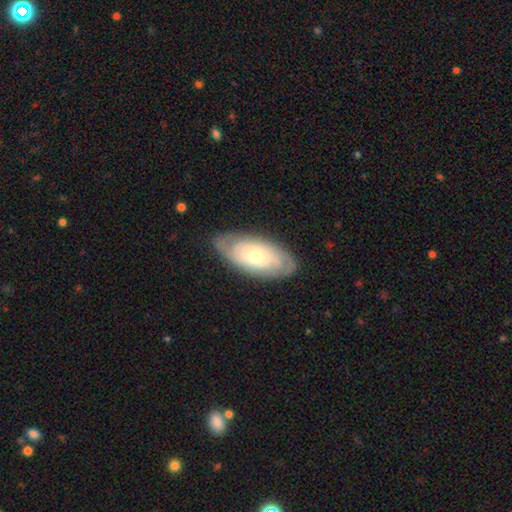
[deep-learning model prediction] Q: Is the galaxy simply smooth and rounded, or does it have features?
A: featured or disk — 67%.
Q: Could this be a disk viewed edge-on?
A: no — 91%.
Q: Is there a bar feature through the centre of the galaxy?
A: no — 79%.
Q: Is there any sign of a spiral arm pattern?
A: yes — 79%.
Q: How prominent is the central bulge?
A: moderate — 52%.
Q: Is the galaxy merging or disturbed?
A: none — 79%.